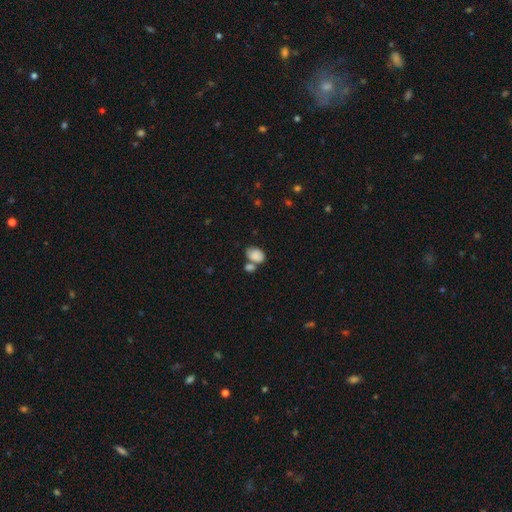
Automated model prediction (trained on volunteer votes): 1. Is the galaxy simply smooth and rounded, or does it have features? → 83% smooth, 9% featured or disk, 8% star or artifact.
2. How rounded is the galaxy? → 79% in between, 20% round, 1% cigar-shaped.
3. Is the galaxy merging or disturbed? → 40% merger, 39% none, 15% minor disturbance, 6% major disturbance.